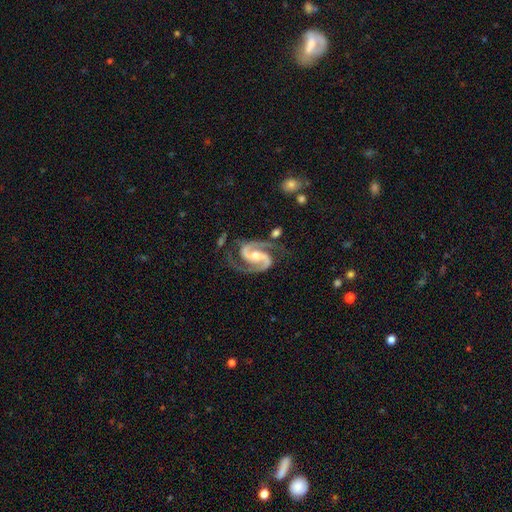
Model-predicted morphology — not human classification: The model was most divided on "bar": weak: 40%, no: 33%, strong: 27%. More confident: spiral arms — yes (99%); edge-on disk — no (98%); spiral arm count — 2 (94%); smooth or featured — featured or disk (94%); merging — none (70%); spiral winding — medium (65%); bulge size — moderate (61%).